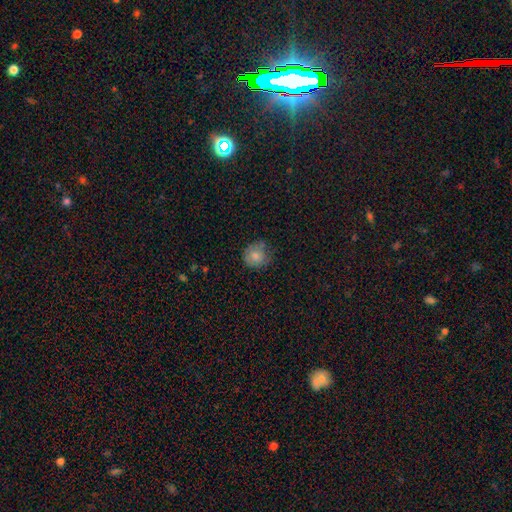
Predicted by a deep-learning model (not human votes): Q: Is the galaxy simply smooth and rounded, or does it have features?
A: smooth — 80%.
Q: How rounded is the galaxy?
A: round — 84%.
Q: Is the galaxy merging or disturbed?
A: none — 65%.